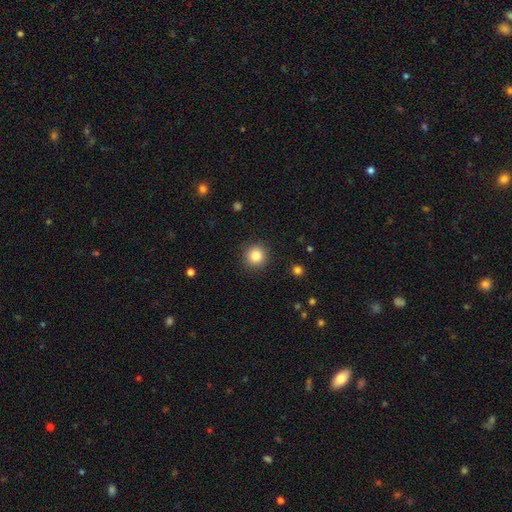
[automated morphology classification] Q: Smooth or featured?
A: smooth (84%); runner-up: star or artifact (10%)
Q: How rounded?
A: round (94%); runner-up: in between (5%)
Q: Merging?
A: none (91%); runner-up: minor disturbance (6%)